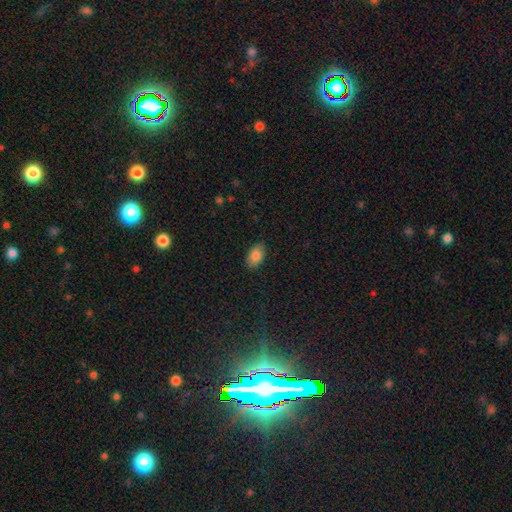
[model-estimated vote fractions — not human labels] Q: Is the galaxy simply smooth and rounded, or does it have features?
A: smooth — 86%.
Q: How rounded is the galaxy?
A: in between — 93%.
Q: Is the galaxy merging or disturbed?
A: none — 87%.